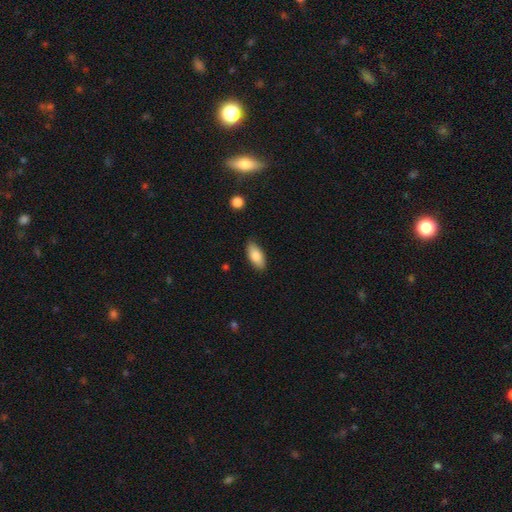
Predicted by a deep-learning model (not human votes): smooth_or_featured: smooth (p=0.83) [alt: featured or disk p=0.11]
how_rounded: in between (p=0.88) [alt: cigar-shaped p=0.09]
merging: none (p=0.85) [alt: minor disturbance p=0.12]